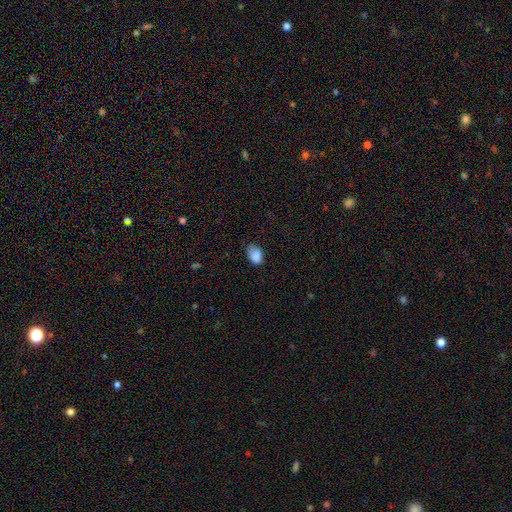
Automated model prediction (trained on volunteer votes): This is clearly a smooth galaxy (85%). How rounded: clearly in between (86%). Merging: likely none (61%).